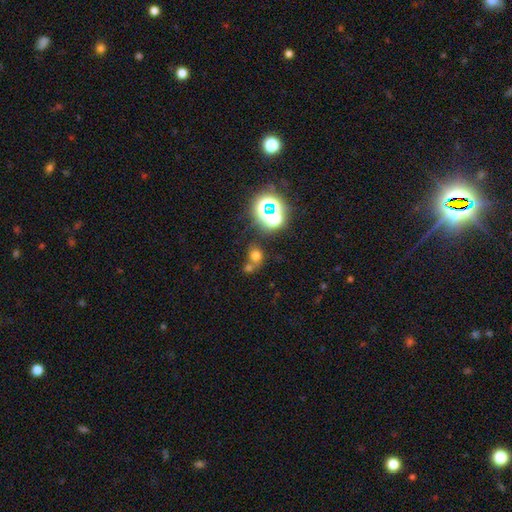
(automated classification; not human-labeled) Smooth or featured?
  - smooth: 62% *
  - star or artifact: 28%
  - featured or disk: 10%
How rounded?
  - round: 70% *
  - in between: 29%
  - cigar-shaped: 1%
Merging?
  - none: 52% *
  - merger: 33%
  - minor disturbance: 10%
  - major disturbance: 5%